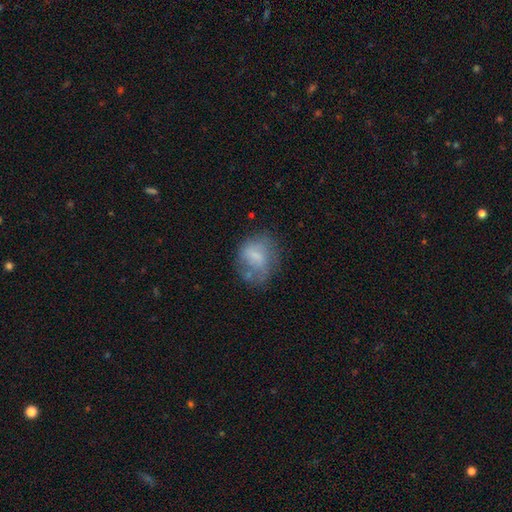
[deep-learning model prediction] Smooth or featured? smooth (59%)
How rounded? round (54%)
Merging? none (49%)